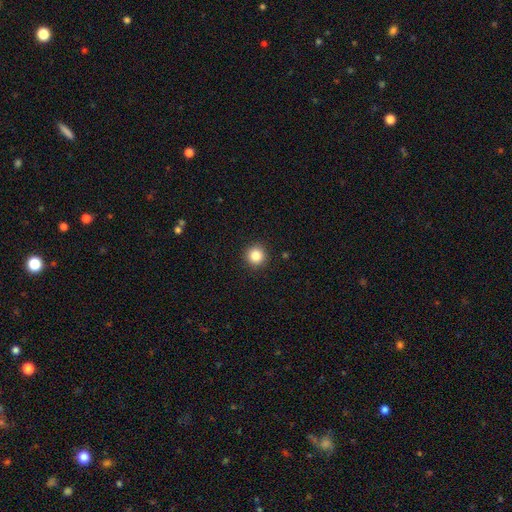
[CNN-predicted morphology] Q: Smooth or featured?
A: smooth (85%); runner-up: star or artifact (11%)
Q: How rounded?
A: round (95%); runner-up: in between (4%)
Q: Merging?
A: none (92%); runner-up: minor disturbance (5%)